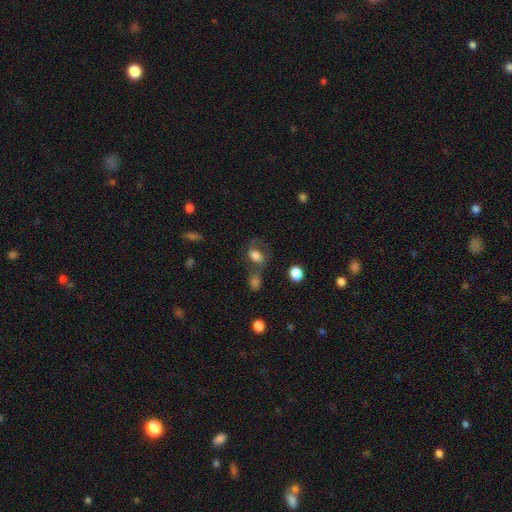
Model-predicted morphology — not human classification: The model was most divided on "merging": none: 42%, merger: 23%, minor disturbance: 18%, major disturbance: 17%. More confident: how rounded — in between (64%); smooth or featured — smooth (59%).